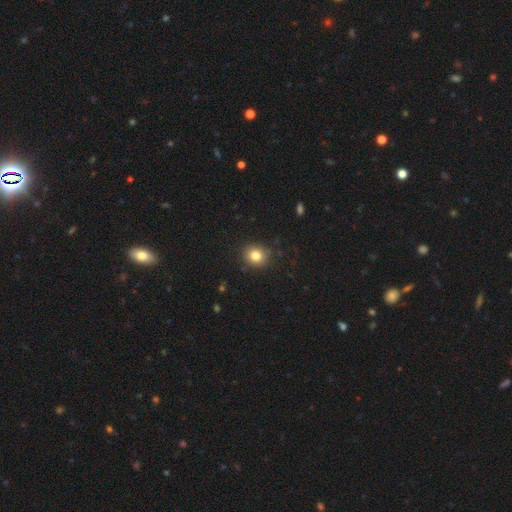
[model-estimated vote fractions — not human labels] Morphology: type=smooth (82%); roundness=round (79%); merging=none (88%).